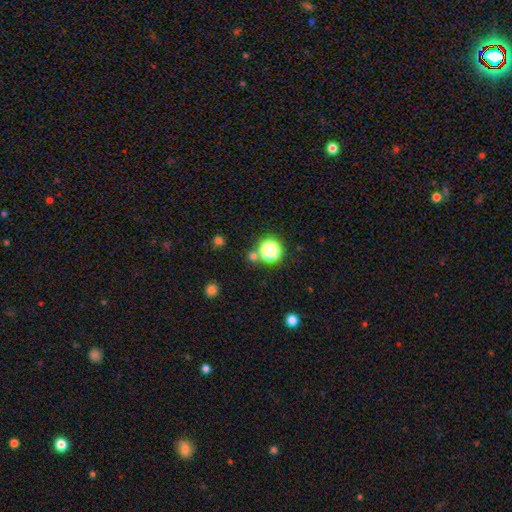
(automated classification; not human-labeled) Q: Smooth or featured?
A: star or artifact (48%); runner-up: smooth (46%)